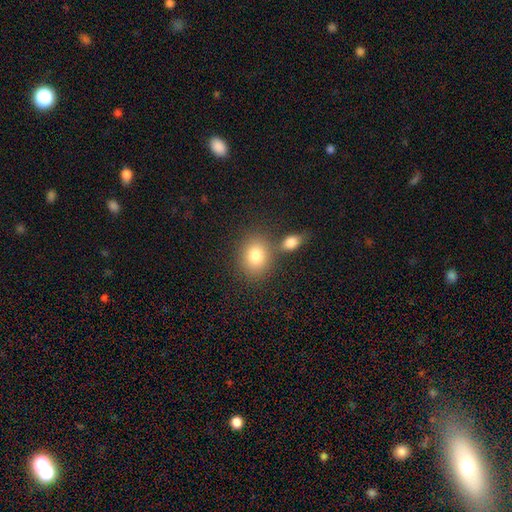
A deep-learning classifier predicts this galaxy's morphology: Smooth or featured: smooth — 81% (featured or disk — 10%)
How rounded: round — 56% (in between — 43%)
Merging: none — 64% (merger — 21%)